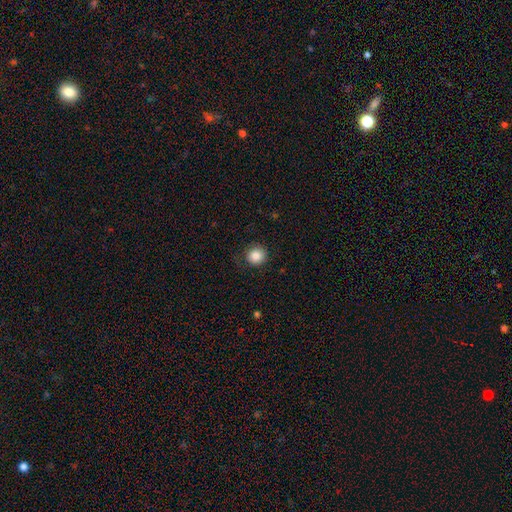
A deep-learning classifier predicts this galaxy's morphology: A smooth galaxy with no disk features (86%) that is round (92%). Merging: none (82%).